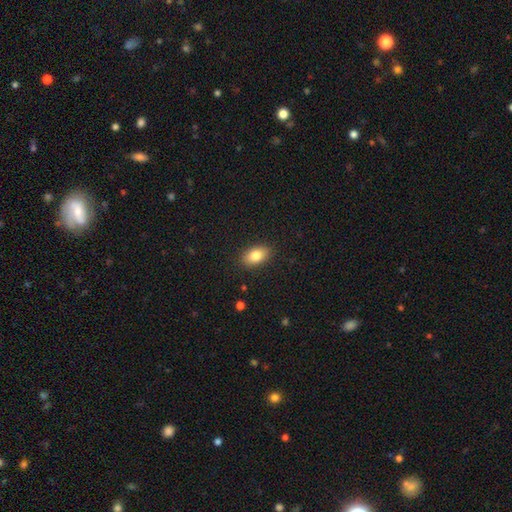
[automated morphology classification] This appears to be a smooth galaxy with no disk features (81%) that is in between round and cigar-shaped (90%). Merging: none (88%).